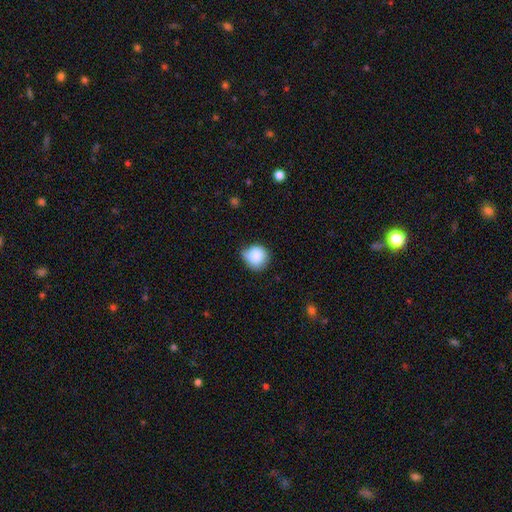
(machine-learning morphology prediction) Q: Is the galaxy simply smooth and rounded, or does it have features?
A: smooth — 85%.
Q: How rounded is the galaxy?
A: round — 88%.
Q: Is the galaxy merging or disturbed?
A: none — 55%.